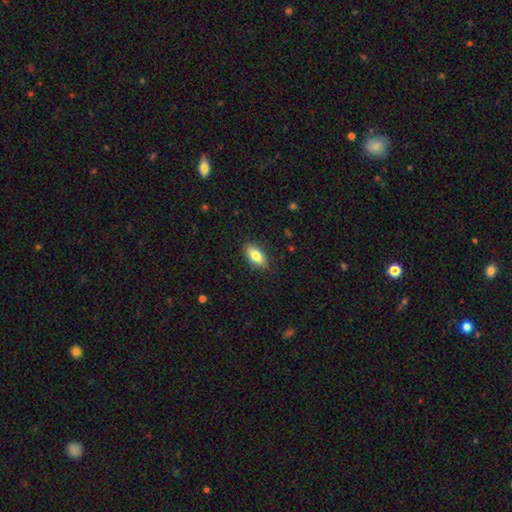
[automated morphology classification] Overall: smooth (81%). How rounded: in between (89%). Merging: none (88%).